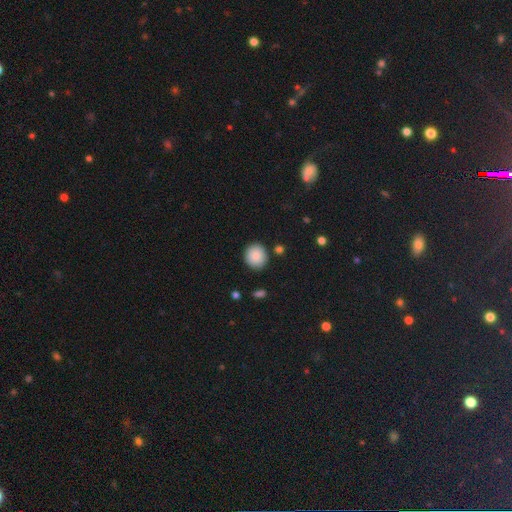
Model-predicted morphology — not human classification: smooth 88%, star or artifact 8%, featured or disk 5%. Down the decision tree: how rounded — round (87%); merging — none (88%).